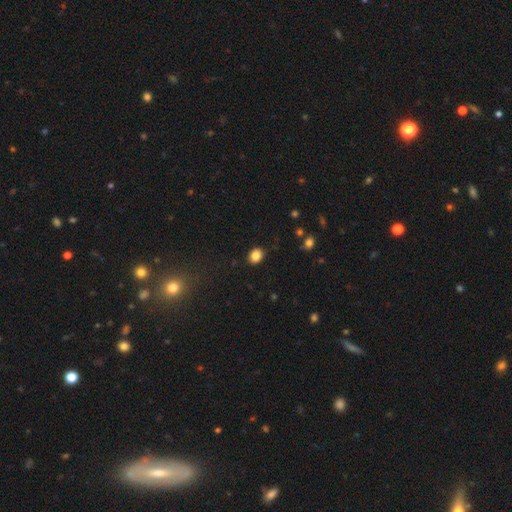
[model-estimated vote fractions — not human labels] A smooth galaxy with no disk features (85%) that is round (50%). Merging: none (88%).